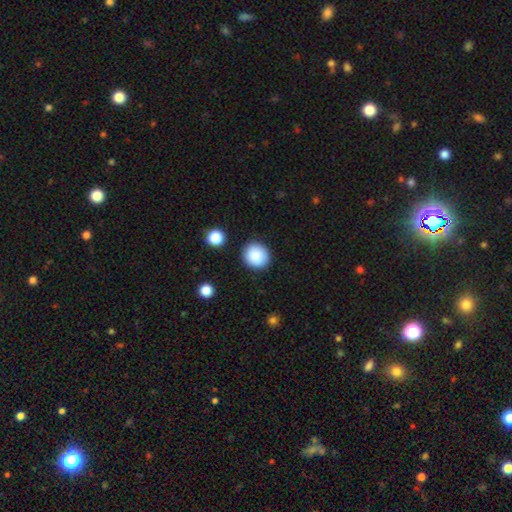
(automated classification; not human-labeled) A smooth galaxy with no disk features (87%) that is round (89%). Merging: none (88%).